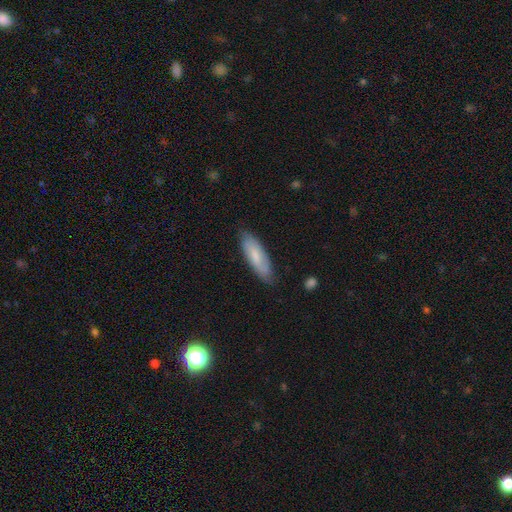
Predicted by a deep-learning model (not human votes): This is likely a smooth galaxy (68%). How rounded: possibly in between (50%). Merging: clearly none (81%).